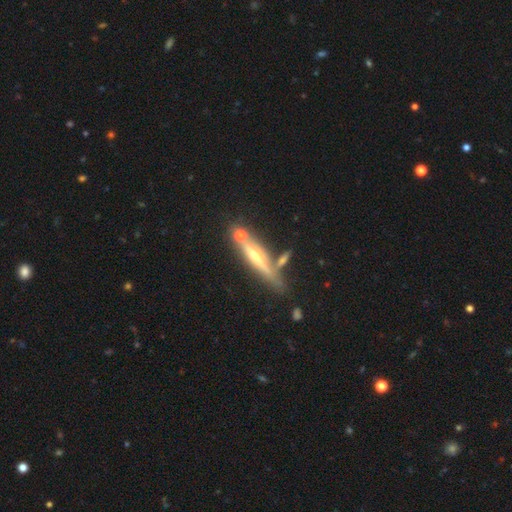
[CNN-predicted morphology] featured or disk 67%, smooth 25%, star or artifact 8%. Down the decision tree: edge-on disk — yes (91%); edge-on bulge — rounded (75%); merging — none (61%).